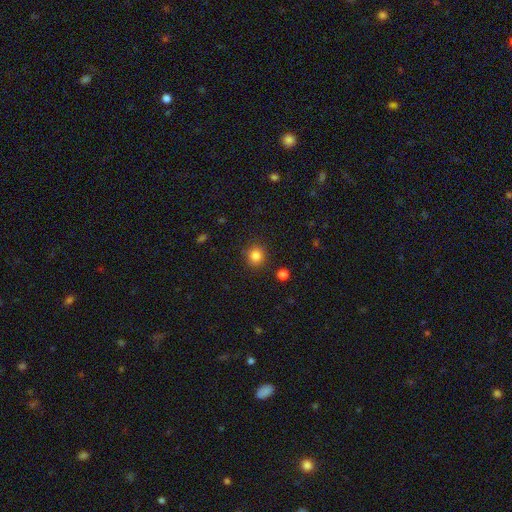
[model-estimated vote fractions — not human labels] smooth 84%, star or artifact 12%, featured or disk 5%. Down the decision tree: how rounded — round (88%); merging — none (87%).